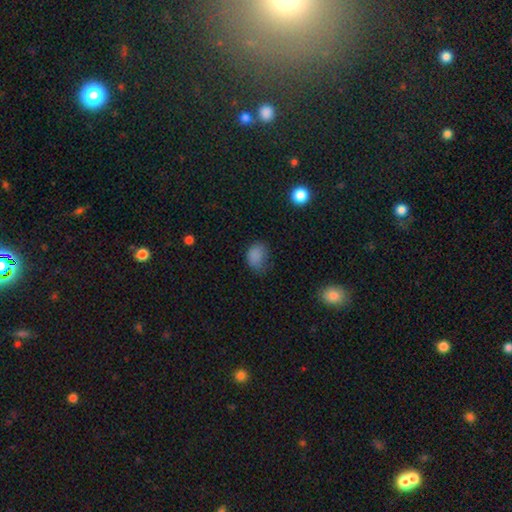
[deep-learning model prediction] A smooth galaxy with no disk features (82%) that is in between round and cigar-shaped (66%).

Vote fractions:
- Smooth or featured? smooth: 82% / star or artifact: 12% / featured or disk: 6%
- How rounded? in between: 66% / round: 33% / cigar-shaped: 1%
- Merging? none: 49% / minor disturbance: 34% / major disturbance: 15% / merger: 2%